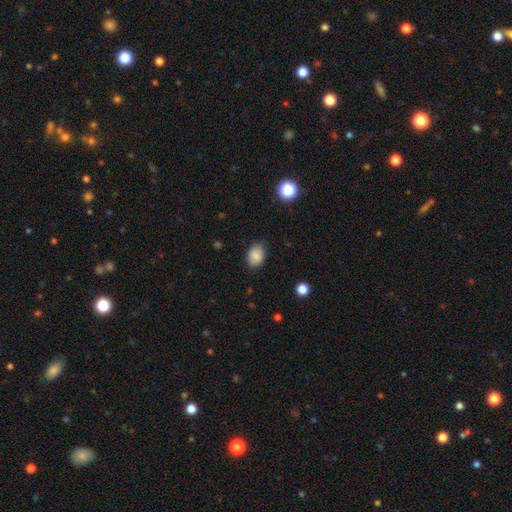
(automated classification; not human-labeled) A smooth galaxy with no disk features (85%) that is in between round and cigar-shaped (72%). Merging: none (80%).